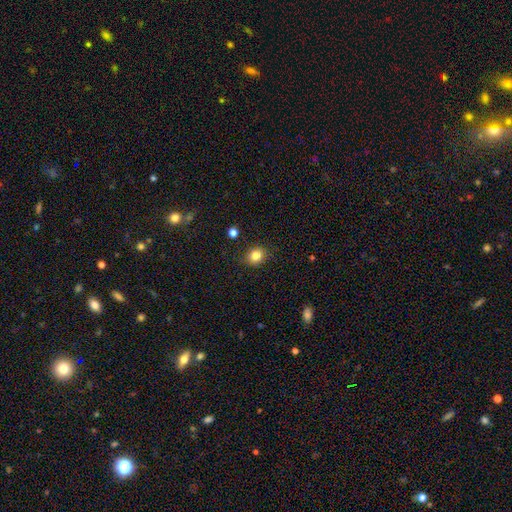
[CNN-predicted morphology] Smooth or featured? Predicted: smooth (p=0.83). How rounded? Predicted: round (p=0.68). Merging? Predicted: none (p=0.88).